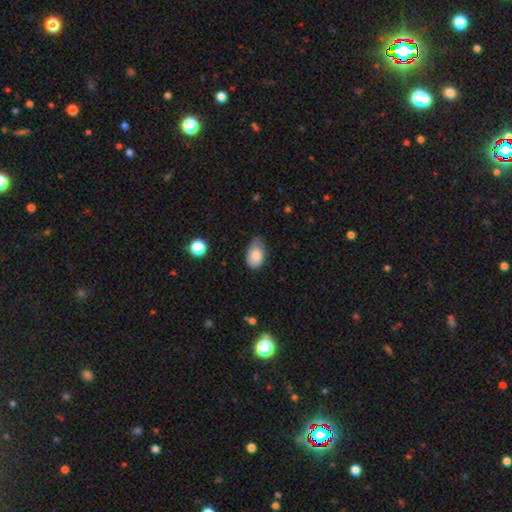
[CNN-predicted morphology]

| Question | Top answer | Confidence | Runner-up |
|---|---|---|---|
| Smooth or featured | smooth | 83% | featured or disk (10%) |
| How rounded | in between | 89% | round (10%) |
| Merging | none | 51% | minor disturbance (40%) |